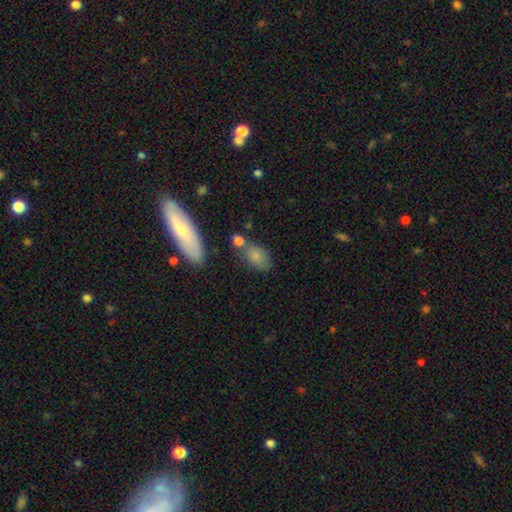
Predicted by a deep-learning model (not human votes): A smooth galaxy with no disk features (77%) that is in between round and cigar-shaped (83%). Merging: none (55%).